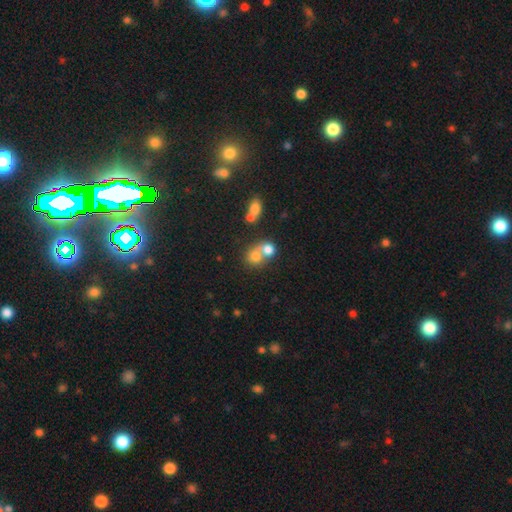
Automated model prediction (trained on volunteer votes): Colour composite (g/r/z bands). It shows a smooth galaxy with no disk features (72%) that is round (72%). Merging: merger (61%).